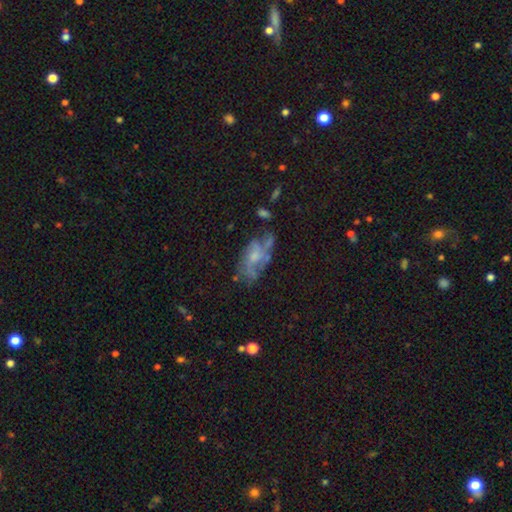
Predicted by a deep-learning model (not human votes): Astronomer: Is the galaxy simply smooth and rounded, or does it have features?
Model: featured or disk — 64%.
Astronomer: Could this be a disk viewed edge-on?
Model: no — 94%.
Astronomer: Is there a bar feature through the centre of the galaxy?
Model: no — 72%.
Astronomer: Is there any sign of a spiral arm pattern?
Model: yes — 67%.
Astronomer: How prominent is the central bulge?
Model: moderate — 38%, tied with small at 38%.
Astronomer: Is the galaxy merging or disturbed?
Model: none — 48% (runner-up: minor disturbance, 25%).